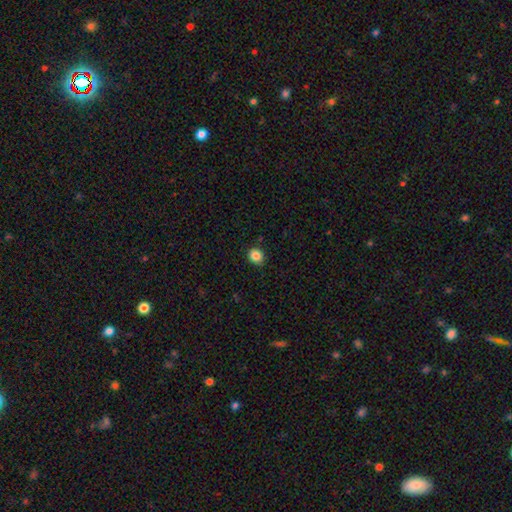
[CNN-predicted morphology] This is clearly a smooth galaxy (86%). How rounded: clearly round (82%). Merging: clearly none (88%).